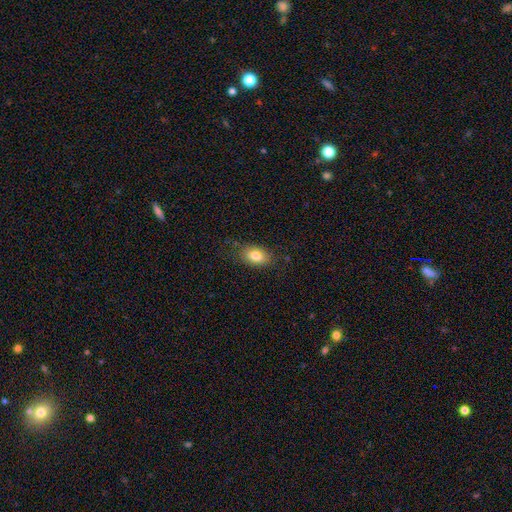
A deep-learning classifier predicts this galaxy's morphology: A smooth galaxy with no disk features (81%) that is in between round and cigar-shaped (86%). Merging: none (80%).